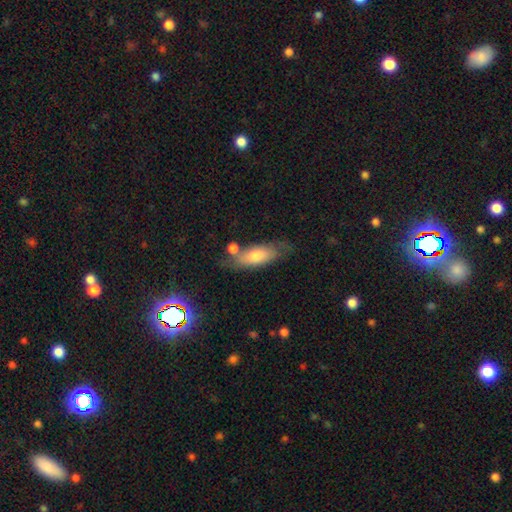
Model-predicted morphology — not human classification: smooth 63%, featured or disk 28%, star or artifact 9%. Down the decision tree: how rounded — in between (69%); merging — none (60%).